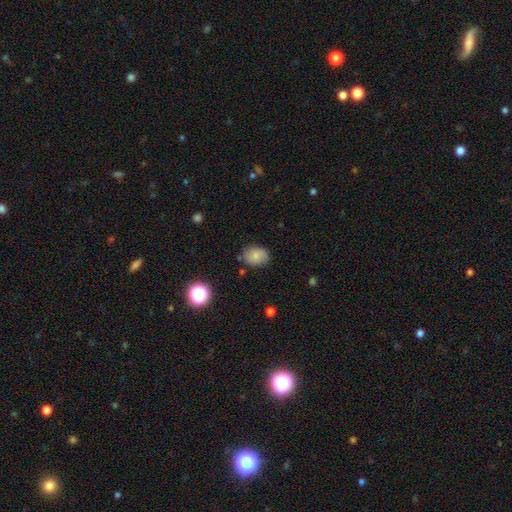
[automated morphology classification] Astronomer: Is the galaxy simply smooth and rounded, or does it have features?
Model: smooth — 74%.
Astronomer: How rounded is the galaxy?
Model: in between — 58% (runner-up: round, 41%).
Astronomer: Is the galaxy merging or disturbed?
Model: none — 73%.